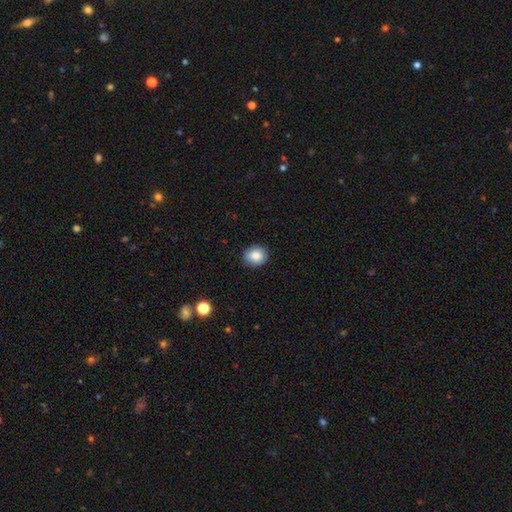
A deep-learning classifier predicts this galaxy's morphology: type=smooth (85%); roundness=round (70%); merging=none (87%).